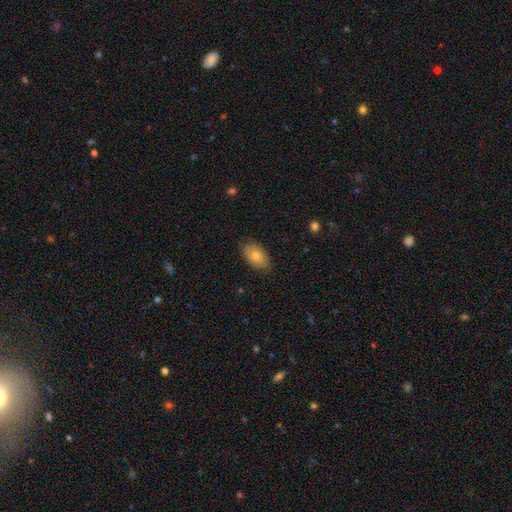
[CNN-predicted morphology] Smooth or featured: smooth — 75% (featured or disk — 17%)
How rounded: in between — 91% (round — 7%)
Merging: none — 85% (minor disturbance — 12%)